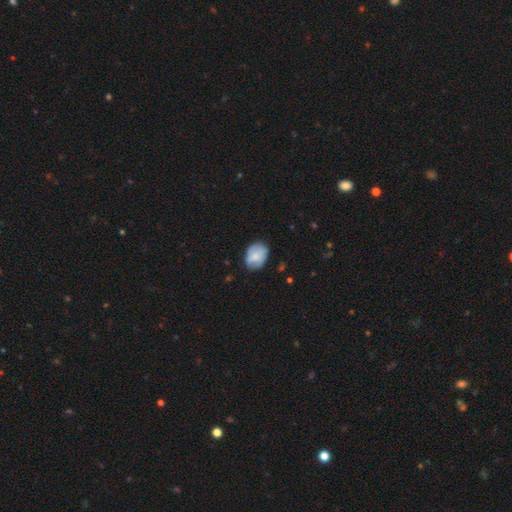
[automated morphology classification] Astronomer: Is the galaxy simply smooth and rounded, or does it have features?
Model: smooth — 72%.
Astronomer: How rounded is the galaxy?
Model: in between — 68%.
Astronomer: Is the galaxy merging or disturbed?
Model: none — 70%.